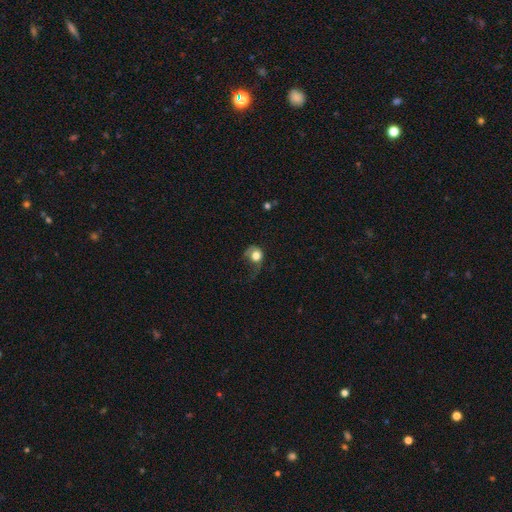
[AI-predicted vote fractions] Overall: smooth (68%). How rounded: round (67%; in between 32%). Merging: major disturbance (47%; none 26%).